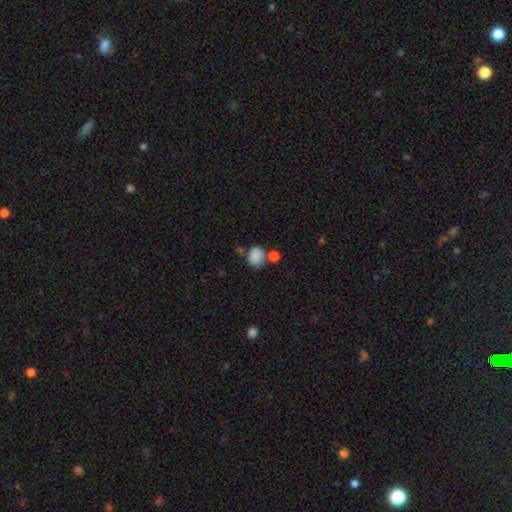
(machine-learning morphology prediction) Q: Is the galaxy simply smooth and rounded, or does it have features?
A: smooth — 85%.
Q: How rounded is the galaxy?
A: round — 67%.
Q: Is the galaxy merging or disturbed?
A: none — 61%.